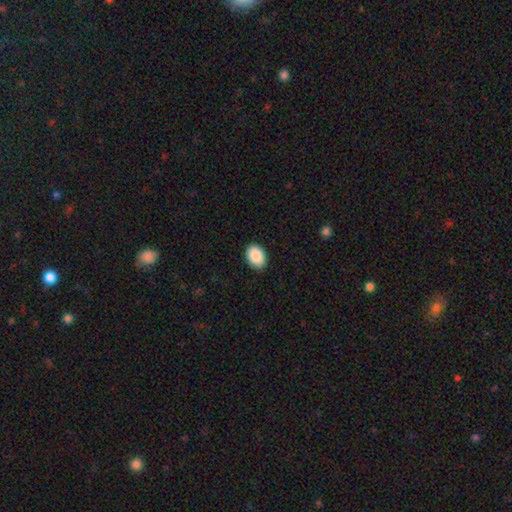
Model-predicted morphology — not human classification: Q: Smooth or featured?
A: smooth (89%); runner-up: star or artifact (7%)
Q: How rounded?
A: in between (80%); runner-up: round (19%)
Q: Merging?
A: none (88%); runner-up: minor disturbance (9%)